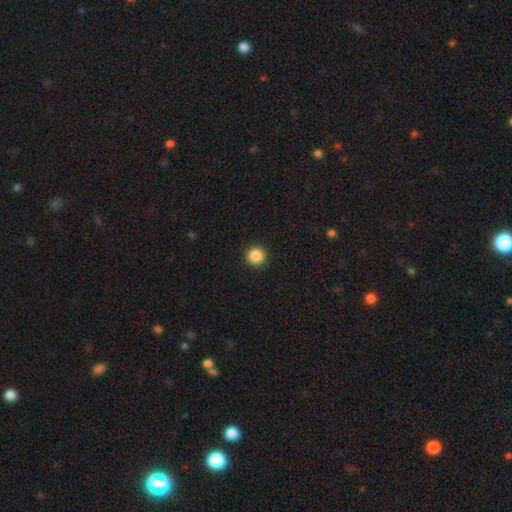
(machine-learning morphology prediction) A smooth galaxy with no disk features (86%) that is round (94%). Merging: none (92%).